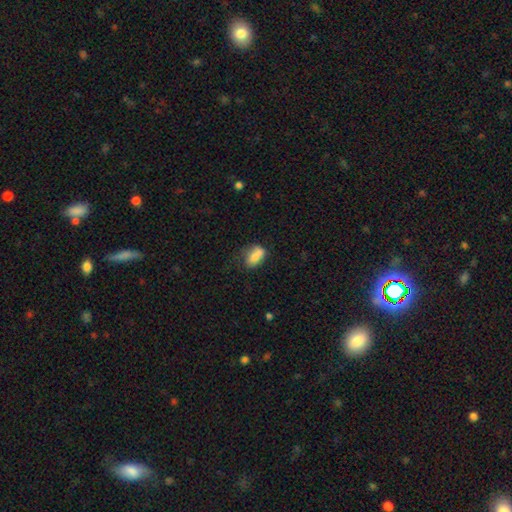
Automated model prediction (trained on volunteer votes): smooth_or_featured: smooth (p=0.77) [alt: featured or disk p=0.15]
how_rounded: in between (p=0.82) [alt: round p=0.12]
merging: none (p=0.42) [alt: merger p=0.25]